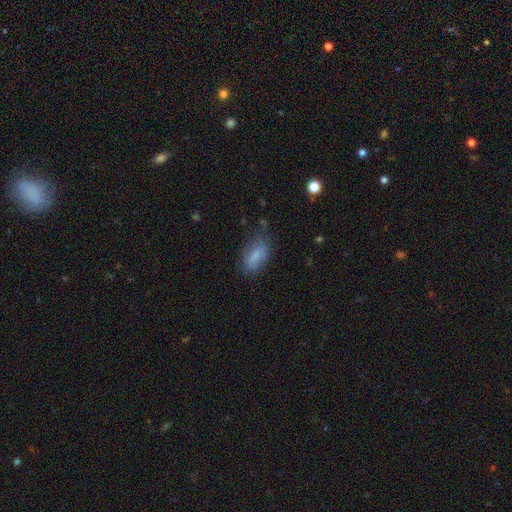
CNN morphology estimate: A smooth galaxy with no disk features (77%) that is in between round and cigar-shaped (86%). Merging: none (66%).